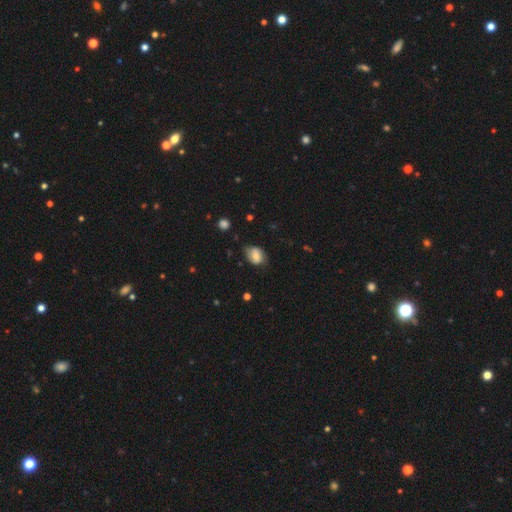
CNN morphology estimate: A smooth galaxy with no disk features (68%) that is in between round and cigar-shaped (71%).

Vote fractions:
- Smooth or featured? smooth: 68% / featured or disk: 23% / star or artifact: 8%
- How rounded? in between: 71% / round: 28% / cigar-shaped: 1%
- Merging? none: 61% / minor disturbance: 30% / major disturbance: 8% / merger: 2%